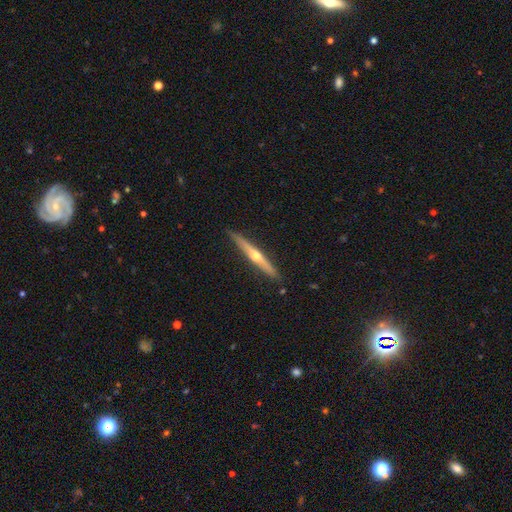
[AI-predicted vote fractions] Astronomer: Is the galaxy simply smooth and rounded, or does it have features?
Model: featured or disk — 73%.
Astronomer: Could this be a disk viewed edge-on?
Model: yes — 98%.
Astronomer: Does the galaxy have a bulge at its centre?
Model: rounded — 90%.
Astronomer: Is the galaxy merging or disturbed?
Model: none — 90%.